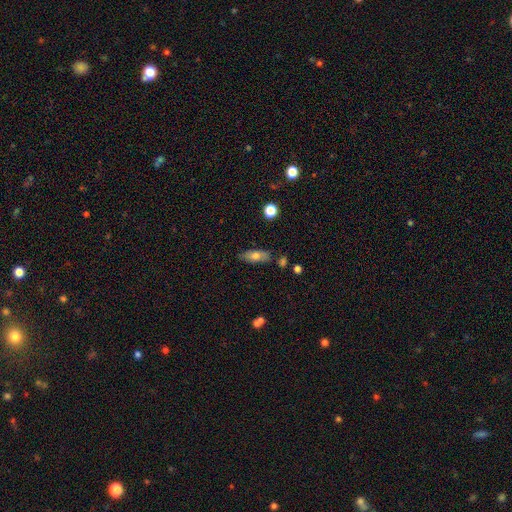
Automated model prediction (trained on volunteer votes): Morphology: type=smooth (67%); roundness=in between (72%); merging=none (78%).